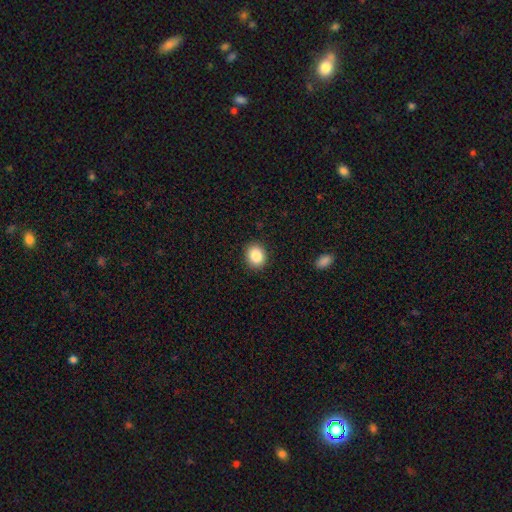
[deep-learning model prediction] Morphology: type=smooth (87%); roundness=round (61%); merging=none (91%).